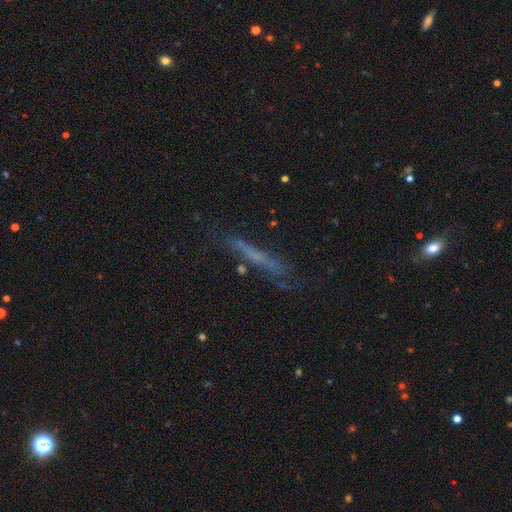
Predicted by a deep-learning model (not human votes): smooth 44%, featured or disk 42%, star or artifact 14%. Down the decision tree: merging — none (67%).